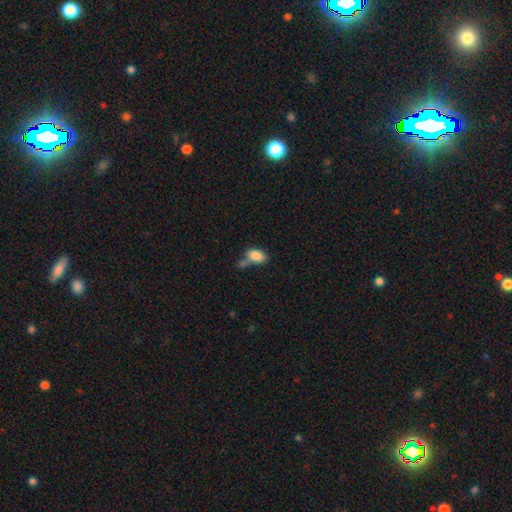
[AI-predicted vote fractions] Overall: smooth (85%). How rounded: in between (88%). Merging: none (42%; merger 32%).